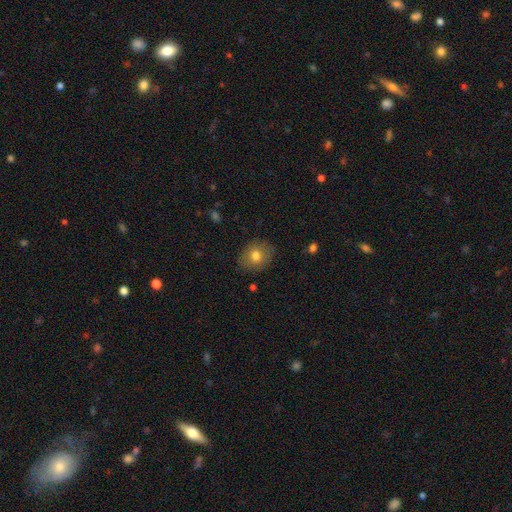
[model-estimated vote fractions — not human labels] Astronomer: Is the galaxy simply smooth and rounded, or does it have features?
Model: smooth — 75%.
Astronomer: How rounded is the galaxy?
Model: round — 56% (runner-up: in between, 43%).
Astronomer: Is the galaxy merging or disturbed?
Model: none — 83%.